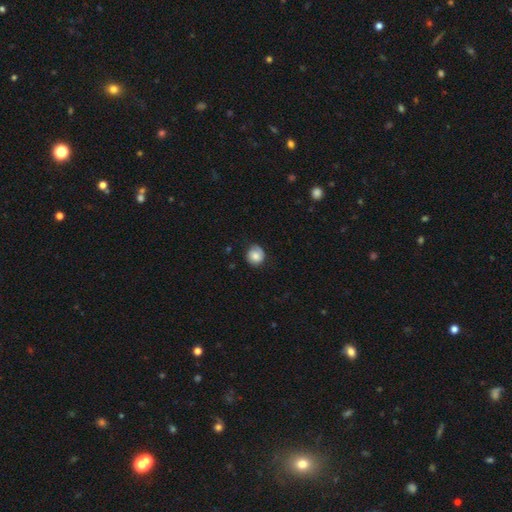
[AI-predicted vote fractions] Smooth or featured? smooth (74%)
How rounded? round (82%)
Merging? none (68%)